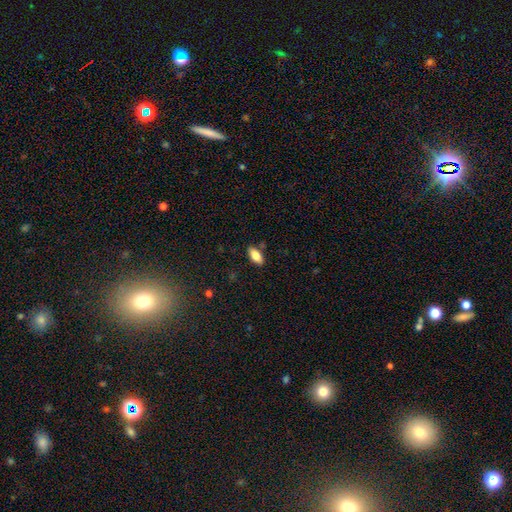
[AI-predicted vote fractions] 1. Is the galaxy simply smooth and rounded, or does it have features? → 80% smooth, 13% featured or disk, 7% star or artifact.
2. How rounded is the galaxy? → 88% in between, 10% cigar-shaped, 2% round.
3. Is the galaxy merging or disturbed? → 84% none, 10% minor disturbance, 3% merger, 2% major disturbance.